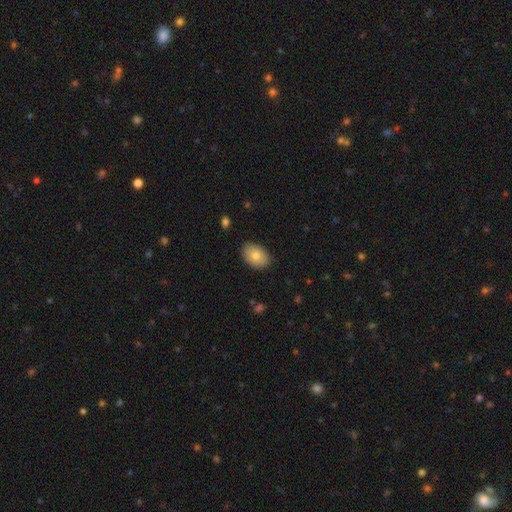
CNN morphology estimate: A smooth galaxy with no disk features (80%) that is in between round and cigar-shaped (84%).

Vote fractions:
- Smooth or featured? smooth: 80% / featured or disk: 13% / star or artifact: 7%
- How rounded? in between: 84% / round: 15% / cigar-shaped: 1%
- Merging? none: 85% / minor disturbance: 12% / major disturbance: 2% / merger: 1%